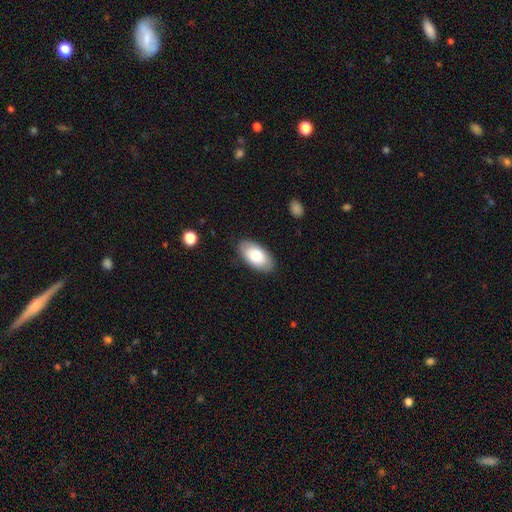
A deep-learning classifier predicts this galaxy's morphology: Smooth or featured: smooth — 78% (featured or disk — 16%)
How rounded: in between — 95% (round — 3%)
Merging: none — 85% (minor disturbance — 11%)